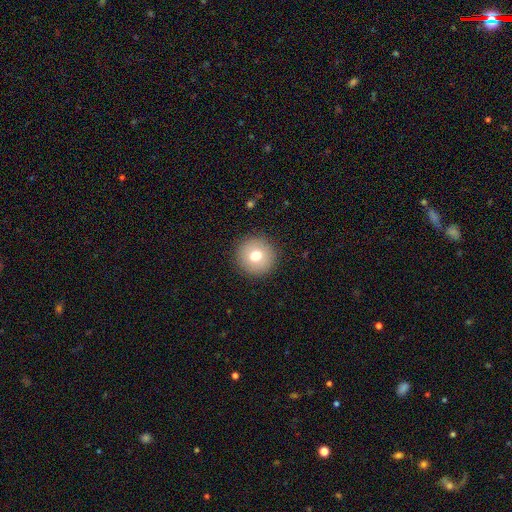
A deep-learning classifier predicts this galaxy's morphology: smooth_or_featured: smooth (p=0.75) [alt: featured or disk p=0.15]
how_rounded: round (p=0.95) [alt: in between p=0.04]
merging: none (p=0.92) [alt: minor disturbance p=0.05]